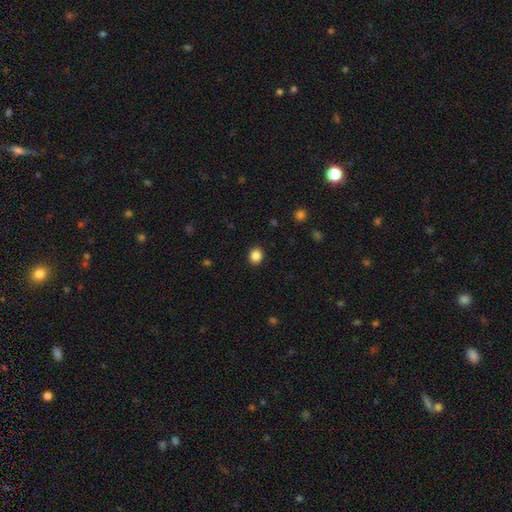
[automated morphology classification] A smooth galaxy with no disk features (86%) that is round (76%). Merging: none (92%).